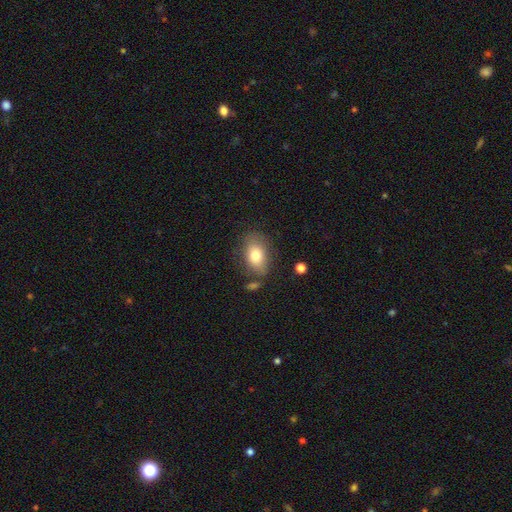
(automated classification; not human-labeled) Smooth or featured?
  - smooth: 76% *
  - featured or disk: 16%
  - star or artifact: 8%
How rounded?
  - in between: 84% *
  - round: 14%
  - cigar-shaped: 2%
Merging?
  - none: 73% *
  - minor disturbance: 17%
  - major disturbance: 5%
  - merger: 5%